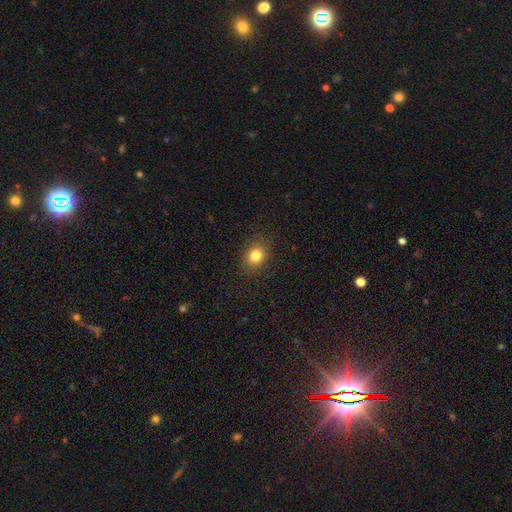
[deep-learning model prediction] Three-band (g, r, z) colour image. It shows a smooth galaxy with no disk features (81%) that is round (53%). Merging: none (86%).